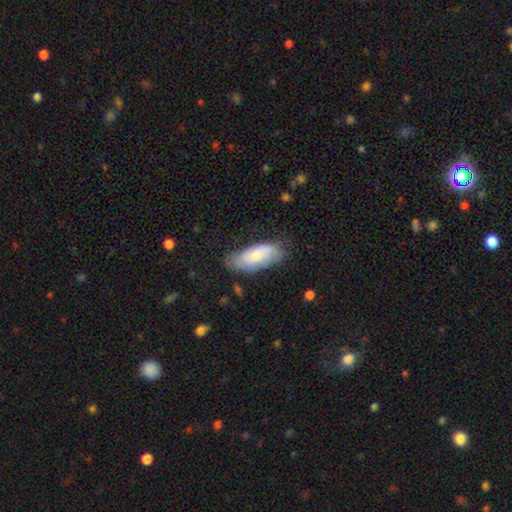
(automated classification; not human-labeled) Smooth or featured? smooth (72%)
How rounded? in between (82%)
Merging? none (65%)